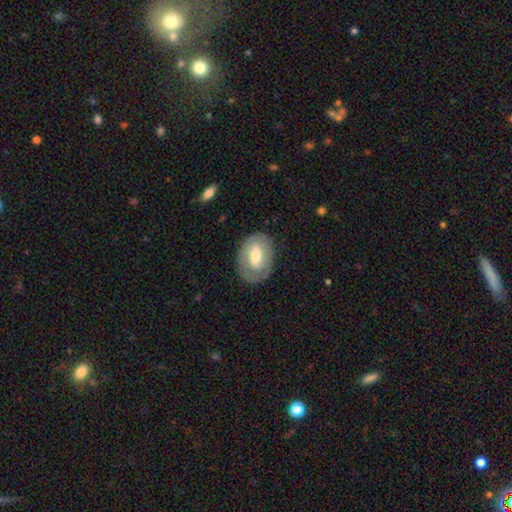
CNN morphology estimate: featured or disk 52%, smooth 42%, star or artifact 6%. Down the decision tree: edge-on disk — no (94%); merging — none (77%).